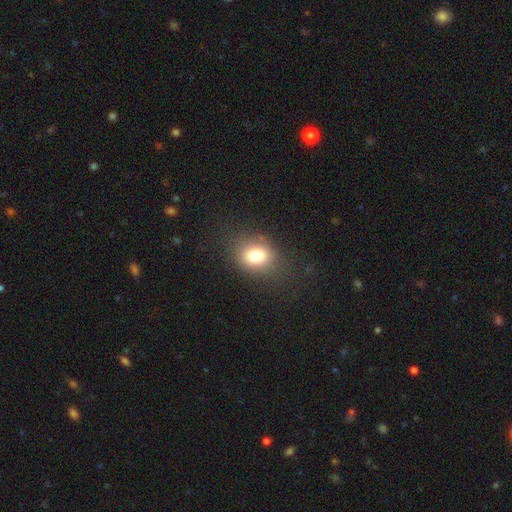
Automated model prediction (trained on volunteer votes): Smooth or featured? smooth (80%)
How rounded? in between (60%)
Merging? none (75%)